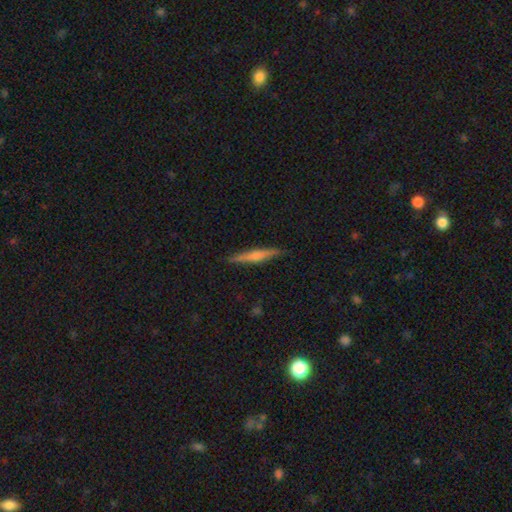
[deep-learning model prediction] Q: Smooth or featured?
A: featured or disk (49%); runner-up: smooth (45%)
Q: Merging?
A: none (89%); runner-up: minor disturbance (8%)